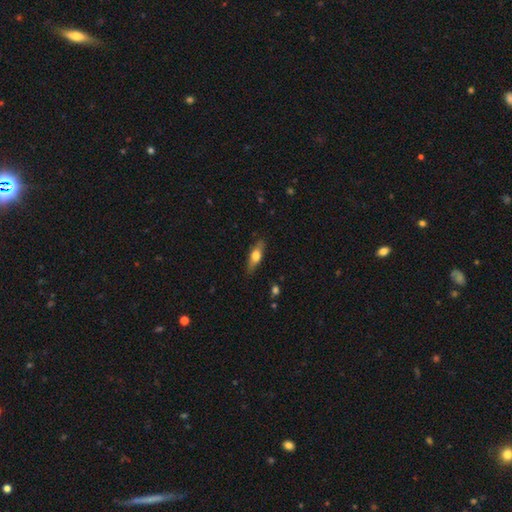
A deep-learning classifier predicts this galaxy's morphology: A smooth galaxy with no disk features (57%) that is in between round and cigar-shaped (56%). Merging: none (82%).